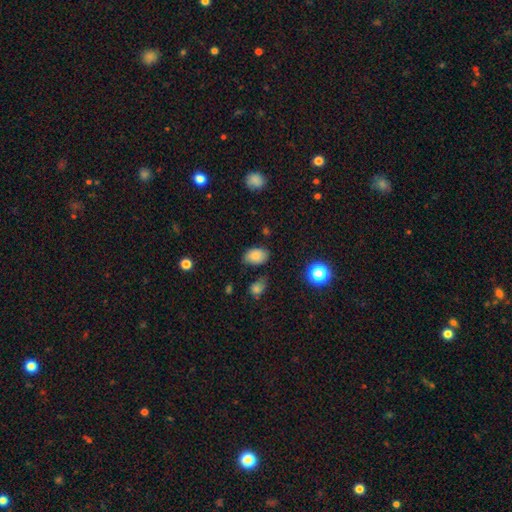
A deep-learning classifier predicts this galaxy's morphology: smooth_or_featured: smooth (p=0.83) [alt: star or artifact p=0.11]
how_rounded: in between (p=0.85) [alt: round p=0.14]
merging: none (p=0.70) [alt: minor disturbance p=0.22]